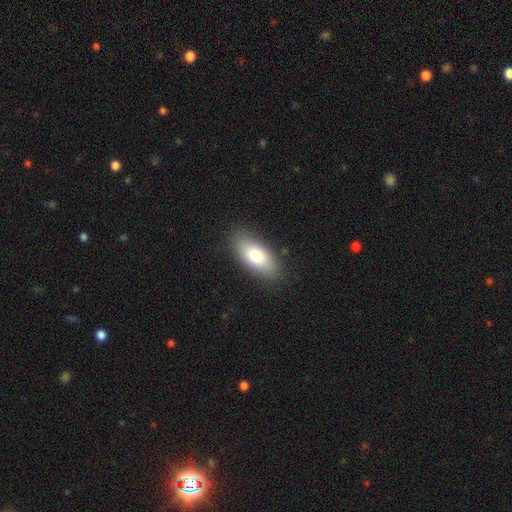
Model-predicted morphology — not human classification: smooth_or_featured: smooth (p=0.79) [alt: featured or disk p=0.15]
how_rounded: in between (p=0.85) [alt: cigar-shaped p=0.13]
merging: none (p=0.86) [alt: minor disturbance p=0.10]